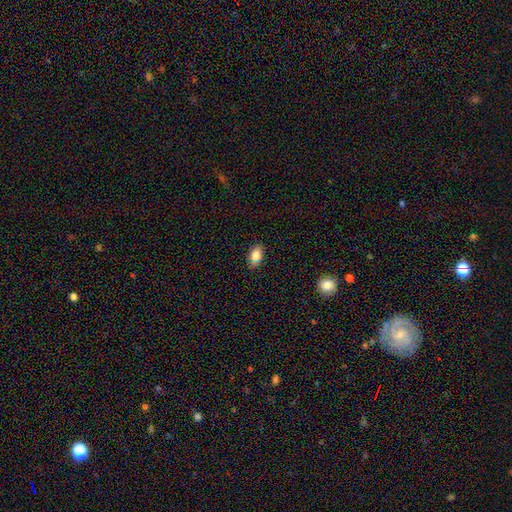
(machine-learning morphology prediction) This appears to be a smooth galaxy with no disk features (85%) that is in between round and cigar-shaped (89%). Merging: none (85%).